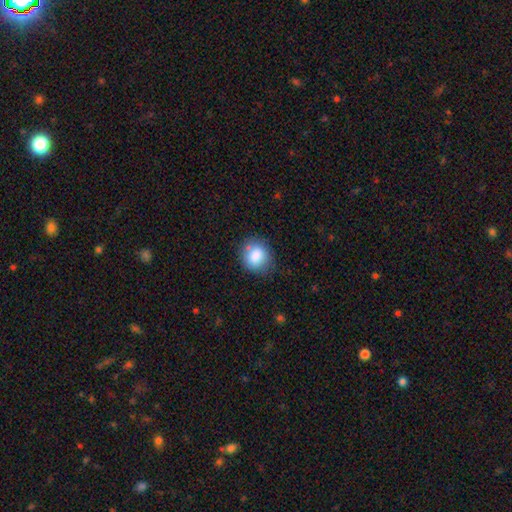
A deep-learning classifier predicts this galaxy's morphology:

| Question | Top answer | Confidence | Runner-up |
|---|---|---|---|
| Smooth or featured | smooth | 85% | star or artifact (9%) |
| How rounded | round | 74% | in between (25%) |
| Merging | none | 75% | minor disturbance (17%) |